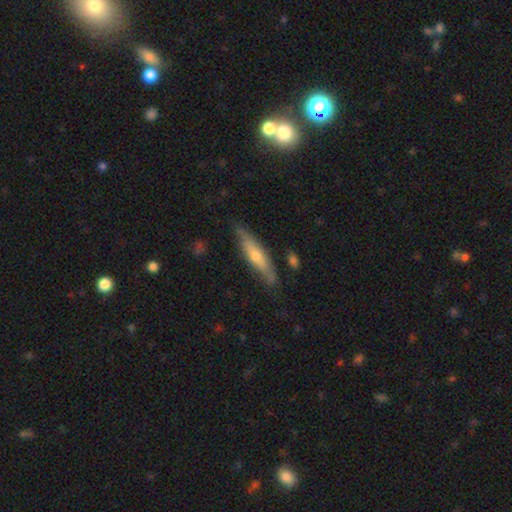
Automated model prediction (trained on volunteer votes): A smooth galaxy with no disk features (49%).

Vote fractions:
- Smooth or featured? smooth: 49% / featured or disk: 45% / star or artifact: 6%
- Merging? none: 77% / minor disturbance: 18% / major disturbance: 3% / merger: 2%